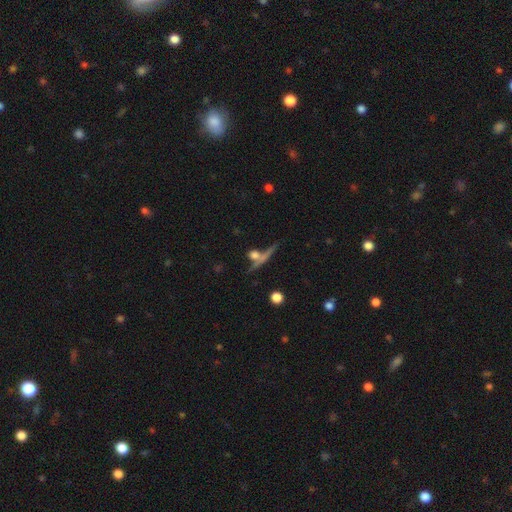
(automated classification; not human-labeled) Smooth or featured: smooth — 50% (featured or disk — 35%)
Merging: none — 57% (merger — 23%)